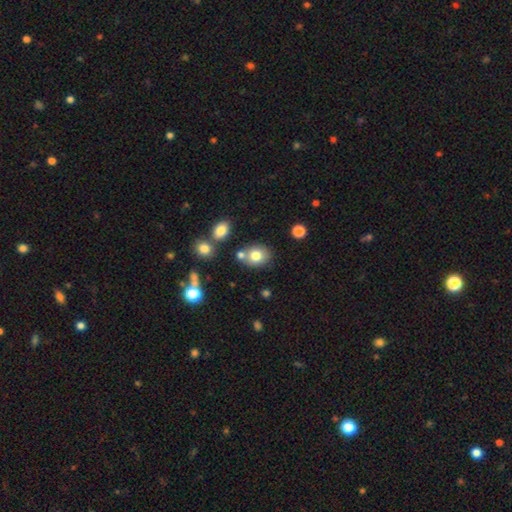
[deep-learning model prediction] This appears to be a smooth galaxy with no disk features (78%) that is round (57%). Merging: none (67%).